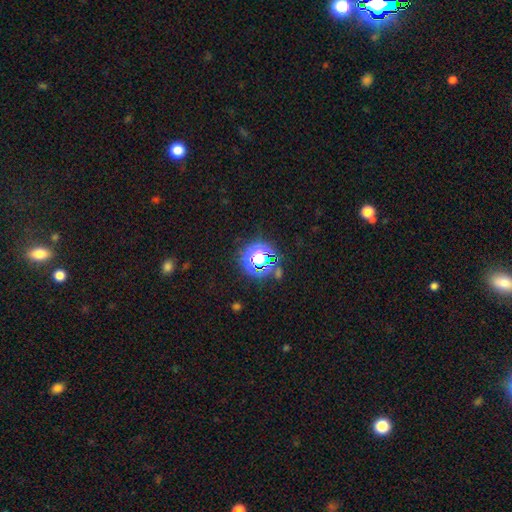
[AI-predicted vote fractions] A star or artifact, not a galaxy (64%).